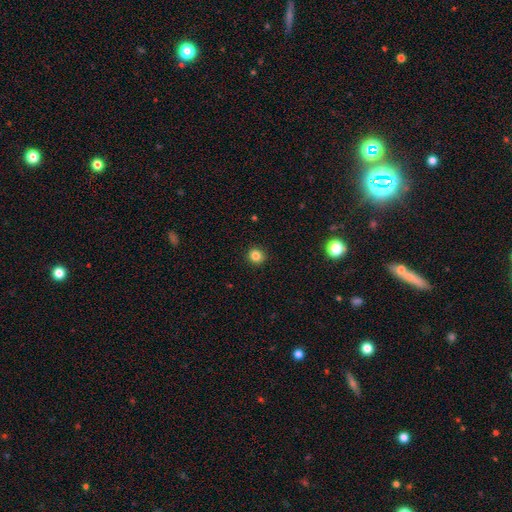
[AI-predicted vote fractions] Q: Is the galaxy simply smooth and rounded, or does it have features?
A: smooth — 83%.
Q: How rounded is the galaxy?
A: round — 89%.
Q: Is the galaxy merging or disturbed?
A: none — 91%.